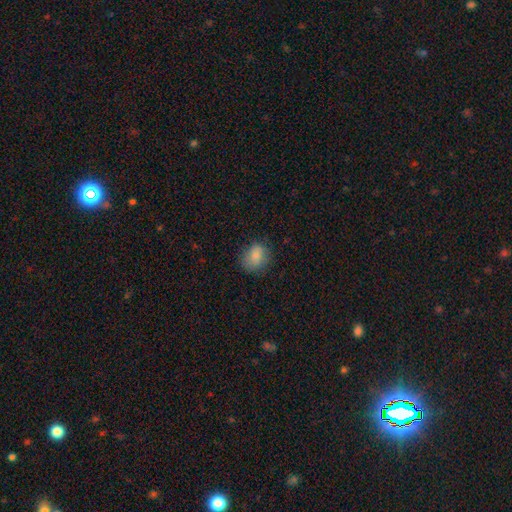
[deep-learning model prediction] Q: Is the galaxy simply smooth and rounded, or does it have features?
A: smooth — 84%.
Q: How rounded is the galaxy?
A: round — 57%.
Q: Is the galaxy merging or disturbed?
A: none — 75%.